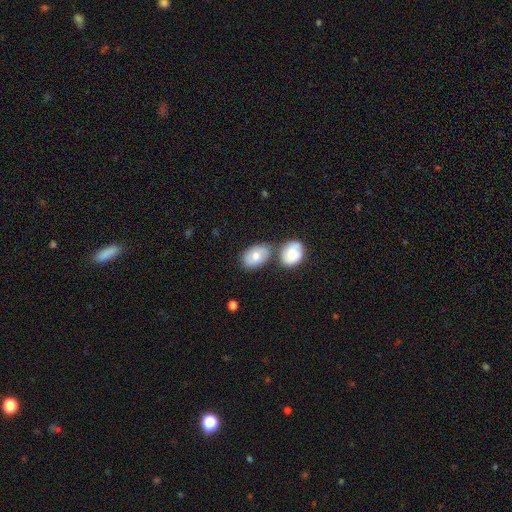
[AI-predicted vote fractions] This is likely a smooth galaxy (66%). How rounded: clearly in between (85%). Merging: possibly none (50%).